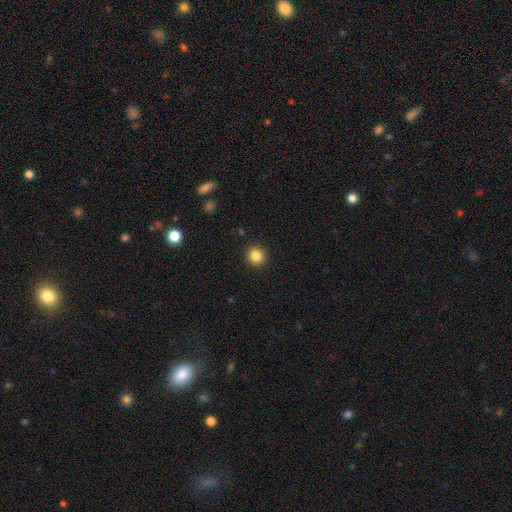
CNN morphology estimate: Q: Smooth or featured?
A: smooth (85%); runner-up: star or artifact (11%)
Q: How rounded?
A: round (92%); runner-up: in between (7%)
Q: Merging?
A: none (92%); runner-up: minor disturbance (6%)